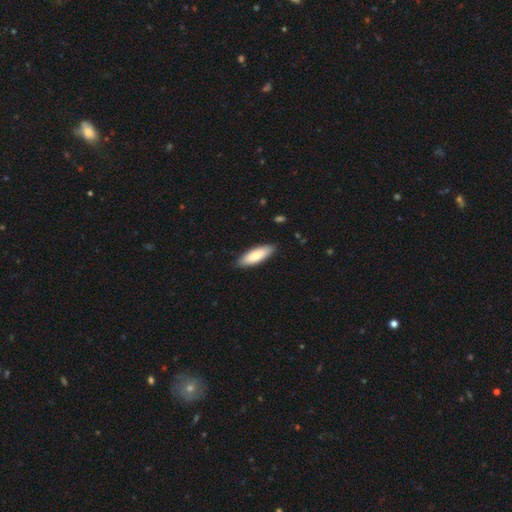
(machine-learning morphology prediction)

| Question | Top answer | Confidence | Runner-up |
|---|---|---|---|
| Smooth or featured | smooth | 80% | featured or disk (15%) |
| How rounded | in between | 58% | cigar-shaped (40%) |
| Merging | none | 87% | minor disturbance (11%) |